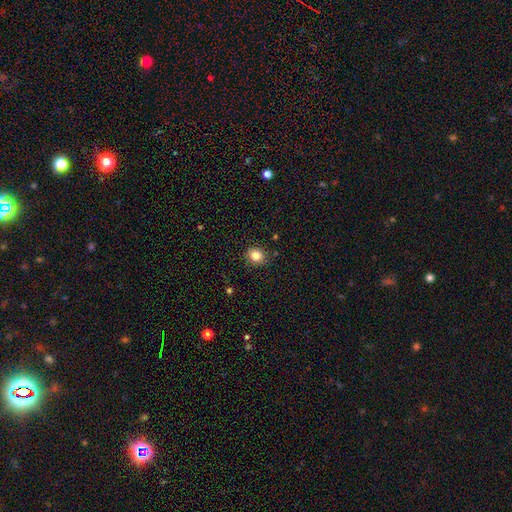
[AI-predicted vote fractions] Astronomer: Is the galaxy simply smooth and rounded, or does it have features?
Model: smooth — 83%.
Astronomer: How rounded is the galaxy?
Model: round — 75%.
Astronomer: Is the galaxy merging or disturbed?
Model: none — 87%.